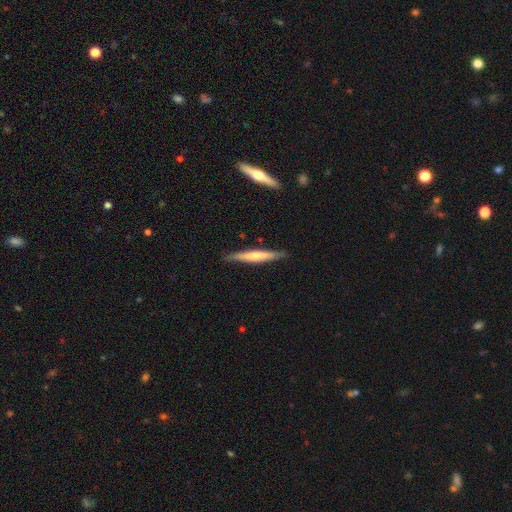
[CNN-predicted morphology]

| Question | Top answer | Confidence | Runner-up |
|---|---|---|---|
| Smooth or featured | smooth | 49% | featured or disk (45%) |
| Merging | none | 87% | minor disturbance (10%) |